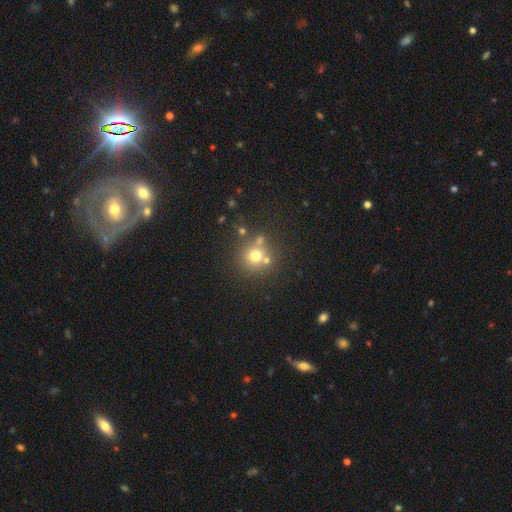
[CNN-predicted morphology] Smooth or featured? Predicted: smooth (p=0.67). How rounded? Predicted: round (p=0.90). Merging? Predicted: none (p=0.64).